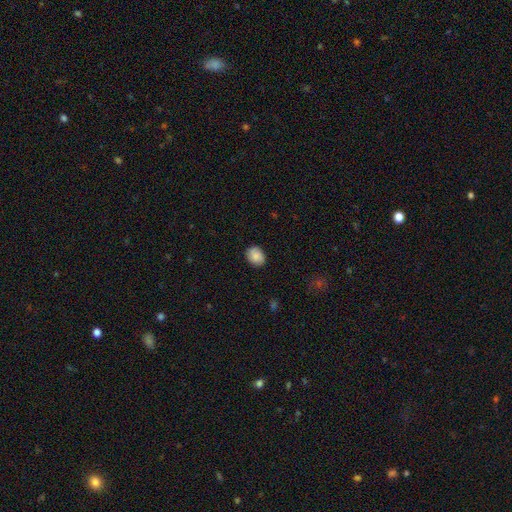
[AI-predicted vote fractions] smooth-or-featured: smooth: 87% | star or artifact: 7% | featured or disk: 6%
  how-rounded: in between: 53% | round: 46% | cigar-shaped: 1%
  merging: none: 84% | minor disturbance: 12% | major disturbance: 2% | merger: 1%